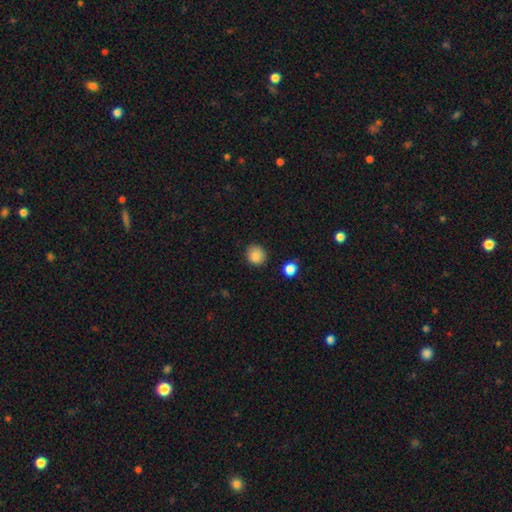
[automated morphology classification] smooth-or-featured: smooth: 87% | star or artifact: 10% | featured or disk: 3%
  how-rounded: round: 87% | in between: 12% | cigar-shaped: 1%
  merging: none: 87% | minor disturbance: 8% | major disturbance: 2% | merger: 2%